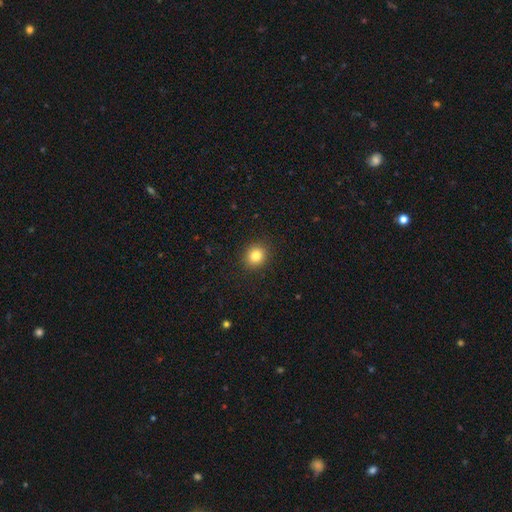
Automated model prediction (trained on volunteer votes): Q: Smooth or featured?
A: smooth (83%); runner-up: star or artifact (11%)
Q: How rounded?
A: round (81%); runner-up: in between (18%)
Q: Merging?
A: none (91%); runner-up: minor disturbance (6%)